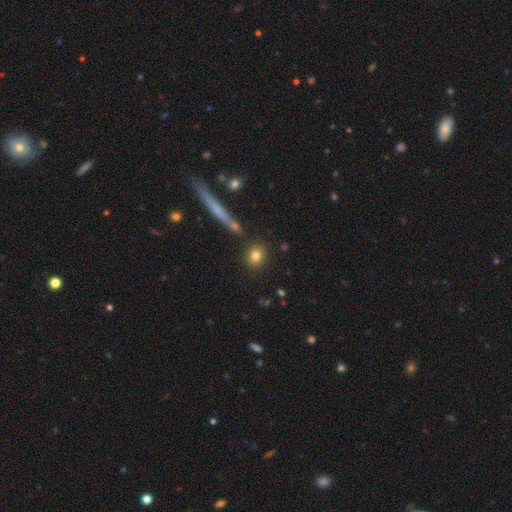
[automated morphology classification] Overall: smooth (80%). How rounded: round (78%). Merging: none (85%).